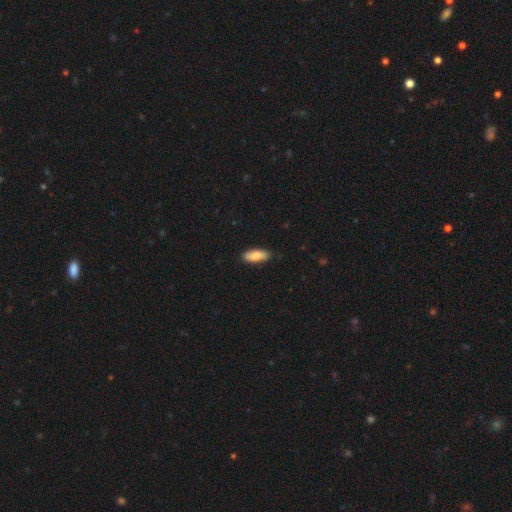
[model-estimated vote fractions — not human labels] Morphology: type=smooth (80%); roundness=in between (78%); merging=none (85%).